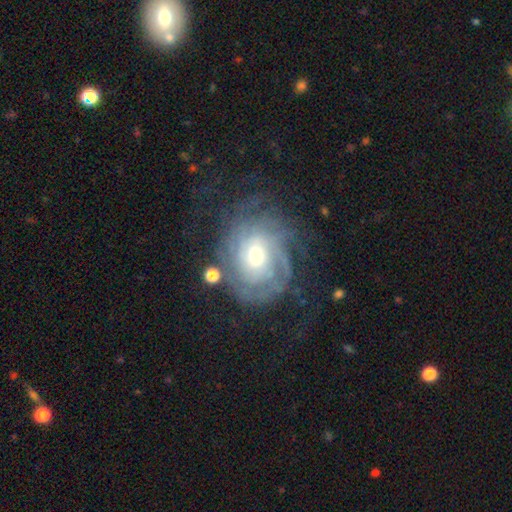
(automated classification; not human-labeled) The model was most divided on "bulge size": moderate: 52%, small: 38%, large: 7%, none: 1%, dominant: 1%. Remaining: edge-on disk — no (97%); spiral arms — yes (93%); smooth or featured — featured or disk (82%); spiral winding — tight (70%); bar — no (70%); merging — none (64%); spiral arm count — can't tell (45%).